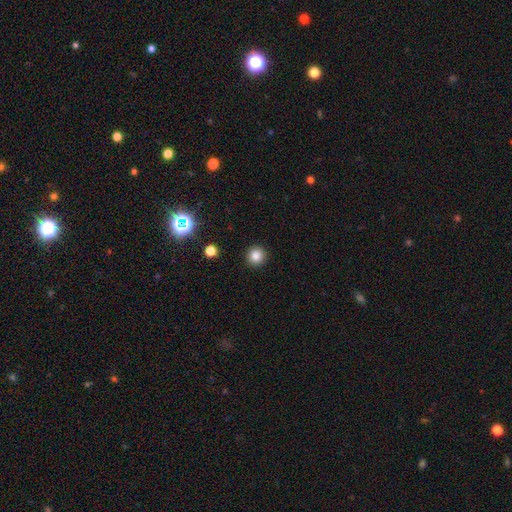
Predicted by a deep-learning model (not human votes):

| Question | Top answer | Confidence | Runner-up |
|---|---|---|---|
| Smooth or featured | smooth | 83% | star or artifact (13%) |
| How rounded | round | 95% | in between (4%) |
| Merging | none | 92% | minor disturbance (5%) |